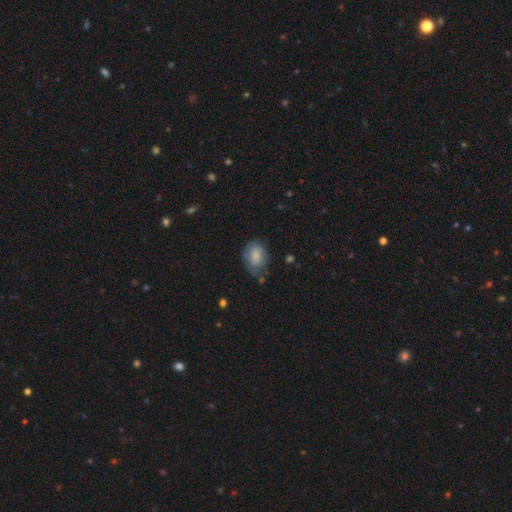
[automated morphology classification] Q: Smooth or featured?
A: smooth (79%); runner-up: featured or disk (14%)
Q: How rounded?
A: in between (75%); runner-up: round (23%)
Q: Merging?
A: none (59%); runner-up: minor disturbance (29%)